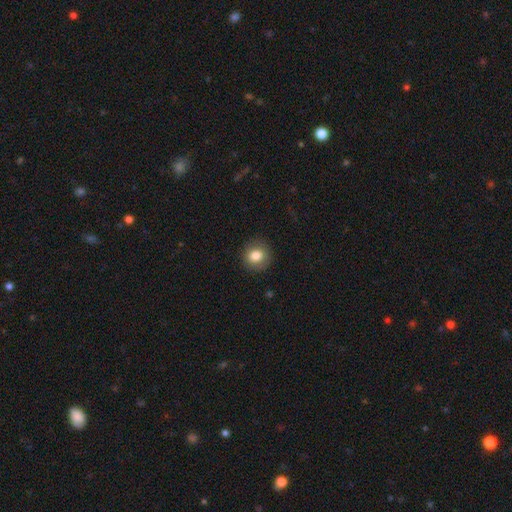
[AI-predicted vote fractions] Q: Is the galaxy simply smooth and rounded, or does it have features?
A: smooth — 82%.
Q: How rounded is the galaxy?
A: round — 83%.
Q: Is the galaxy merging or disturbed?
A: none — 89%.